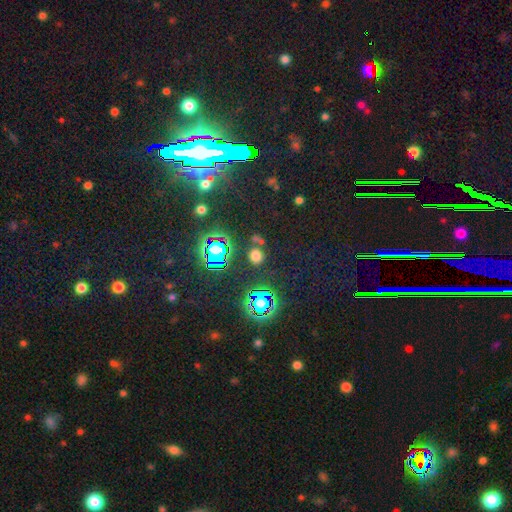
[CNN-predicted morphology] smooth-or-featured: smooth: 54% | star or artifact: 39% | featured or disk: 6%
  how-rounded: round: 80% | in between: 18% | cigar-shaped: 2%
  merging: none: 78% | merger: 10% | minor disturbance: 8% | major disturbance: 4%